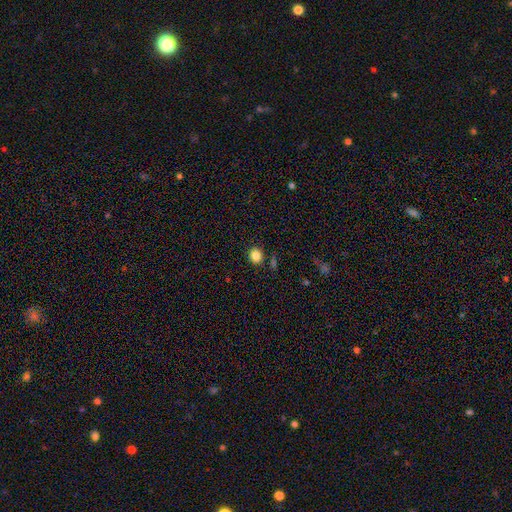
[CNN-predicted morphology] type=smooth (85%); roundness=round (78%); merging=none (85%).